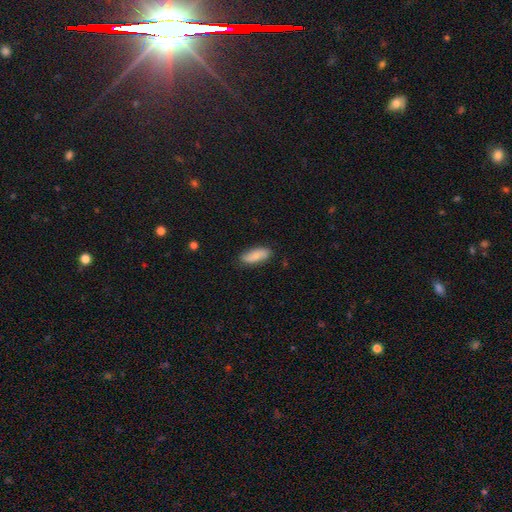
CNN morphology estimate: smooth_or_featured: smooth (p=0.79) [alt: featured or disk p=0.15]
how_rounded: in between (p=0.75) [alt: cigar-shaped p=0.23]
merging: none (p=0.81) [alt: minor disturbance p=0.15]